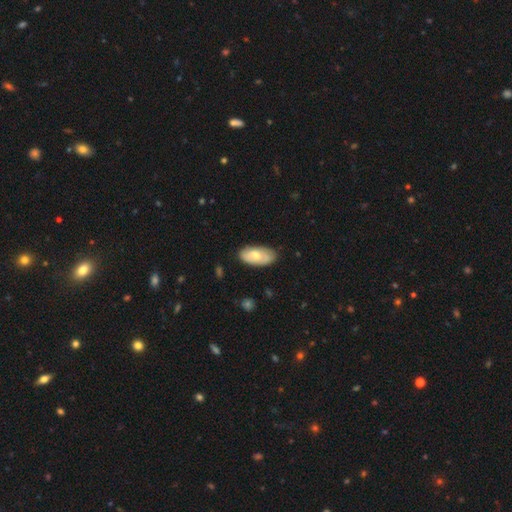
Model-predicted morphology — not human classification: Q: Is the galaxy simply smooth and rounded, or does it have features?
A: smooth — 64%.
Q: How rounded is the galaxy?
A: in between — 93%.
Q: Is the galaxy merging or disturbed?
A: none — 80%.